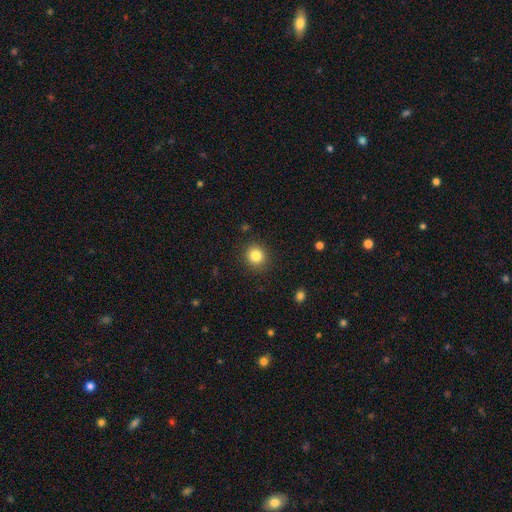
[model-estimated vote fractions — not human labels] Q: Smooth or featured?
A: smooth (84%); runner-up: star or artifact (11%)
Q: How rounded?
A: round (88%); runner-up: in between (11%)
Q: Merging?
A: none (90%); runner-up: minor disturbance (7%)